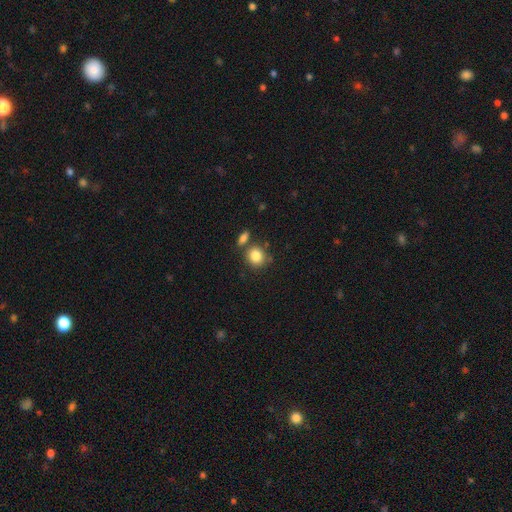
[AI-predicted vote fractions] smooth_or_featured: smooth (p=0.85) [alt: star or artifact p=0.09]
how_rounded: round (p=0.76) [alt: in between p=0.23]
merging: none (p=0.66) [alt: merger p=0.19]